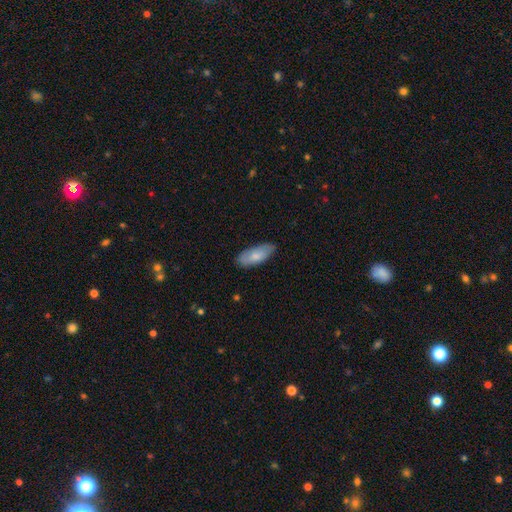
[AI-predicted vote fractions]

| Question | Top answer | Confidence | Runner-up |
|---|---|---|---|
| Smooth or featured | smooth | 79% | featured or disk (16%) |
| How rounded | in between | 85% | cigar-shaped (14%) |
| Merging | none | 79% | minor disturbance (17%) |